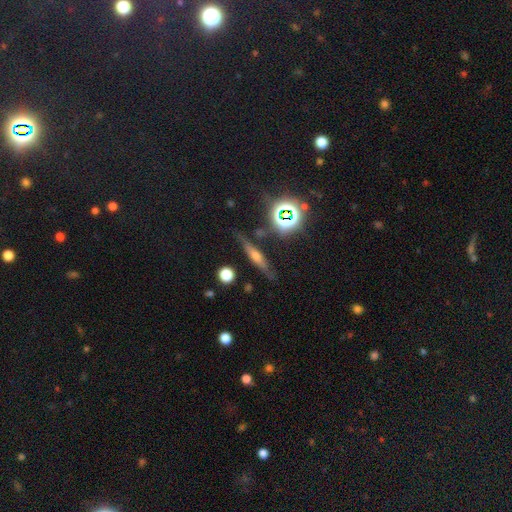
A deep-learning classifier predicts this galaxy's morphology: Smooth or featured? Predicted: featured or disk (p=0.48). Merging? Predicted: none (p=0.79).